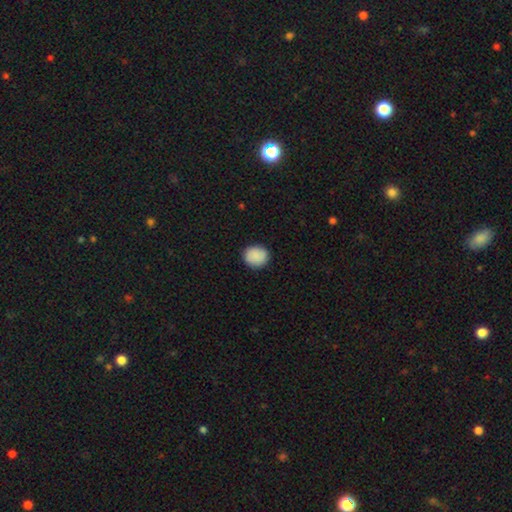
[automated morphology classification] Smooth or featured?
  - smooth: 89% *
  - star or artifact: 7%
  - featured or disk: 4%
How rounded?
  - round: 79% *
  - in between: 20%
  - cigar-shaped: 1%
Merging?
  - none: 90% *
  - minor disturbance: 8%
  - major disturbance: 2%
  - merger: 1%